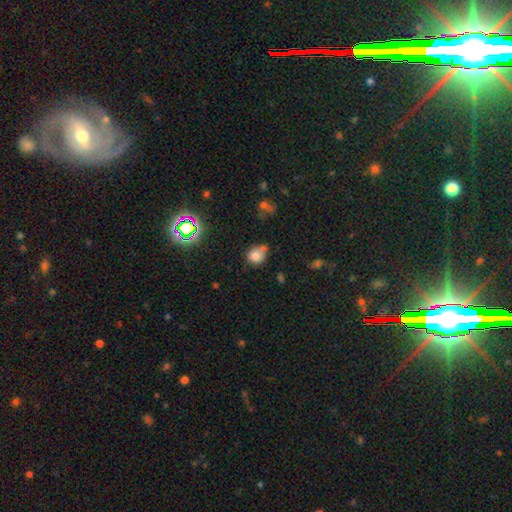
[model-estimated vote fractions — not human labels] Smooth or featured? smooth (75%)
How rounded? round (72%)
Merging? none (48%)